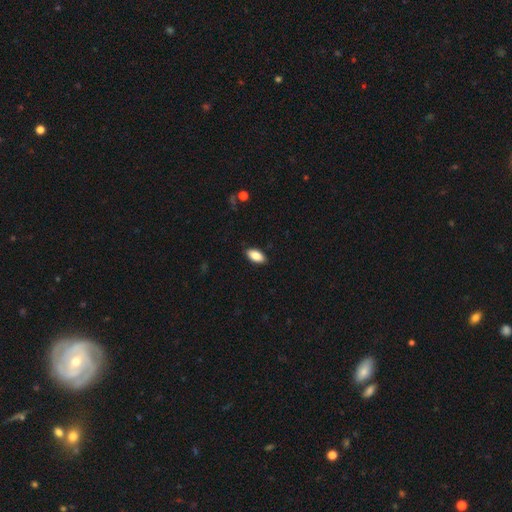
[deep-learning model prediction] Smooth or featured? smooth (86%)
How rounded? in between (92%)
Merging? none (88%)